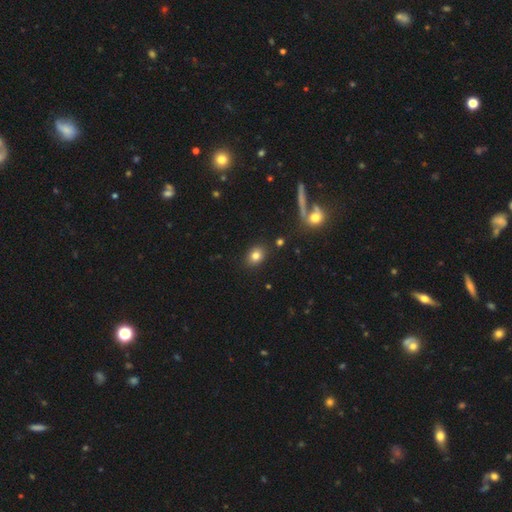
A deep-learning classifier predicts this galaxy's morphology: Smooth or featured? Predicted: smooth (p=0.81). How rounded? Predicted: in between (p=0.51). Merging? Predicted: none (p=0.87).